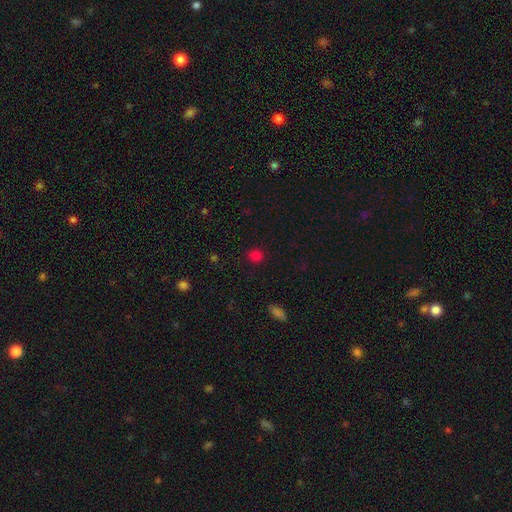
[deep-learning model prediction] This appears to be a smooth galaxy with no disk features (76%) that is round (81%). Merging: none (86%).